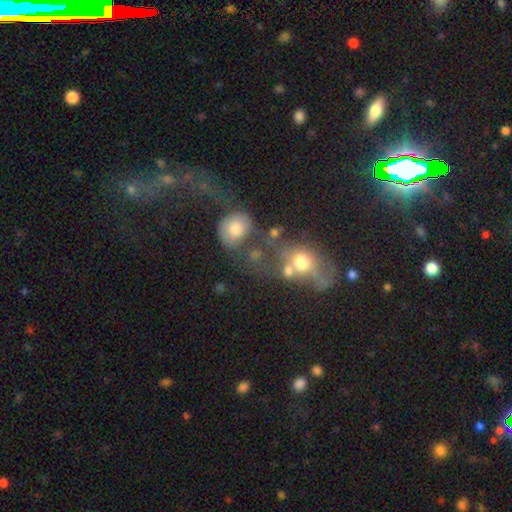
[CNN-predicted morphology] smooth_or_featured: smooth (p=0.57) [alt: featured or disk p=0.26]
how_rounded: round (p=0.53) [alt: in between p=0.45]
merging: merger (p=0.43) [alt: none p=0.24]